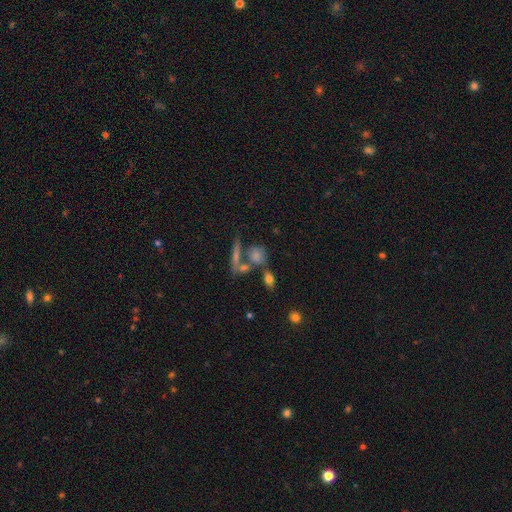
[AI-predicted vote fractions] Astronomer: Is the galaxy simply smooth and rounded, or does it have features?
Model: smooth — 58%.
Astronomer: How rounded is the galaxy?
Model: round — 51% (runner-up: in between, 36%).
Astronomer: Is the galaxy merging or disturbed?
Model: none — 47% (runner-up: merger, 34%).